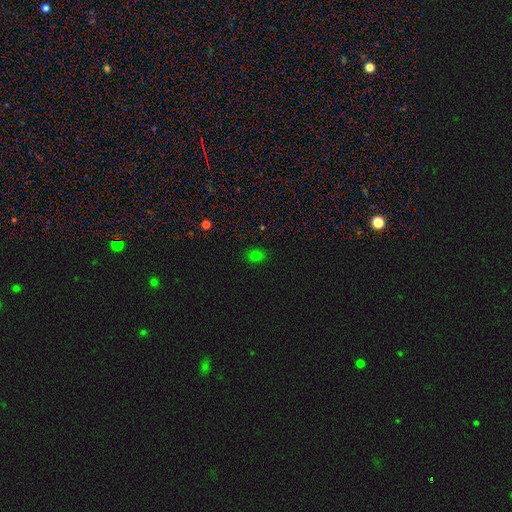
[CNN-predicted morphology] smooth 74%, star or artifact 21%, featured or disk 5%. Down the decision tree: how rounded — in between (60%); merging — none (86%).